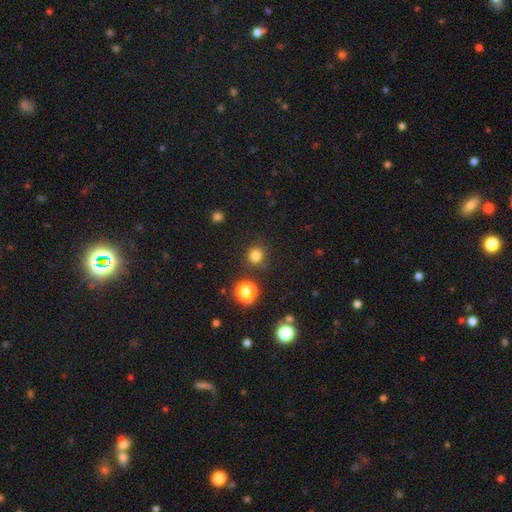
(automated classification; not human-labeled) Smooth or featured?
  - smooth: 79% *
  - star or artifact: 17%
  - featured or disk: 5%
How rounded?
  - round: 91% *
  - in between: 8%
  - cigar-shaped: 1%
Merging?
  - none: 86% *
  - minor disturbance: 7%
  - merger: 4%
  - major disturbance: 3%